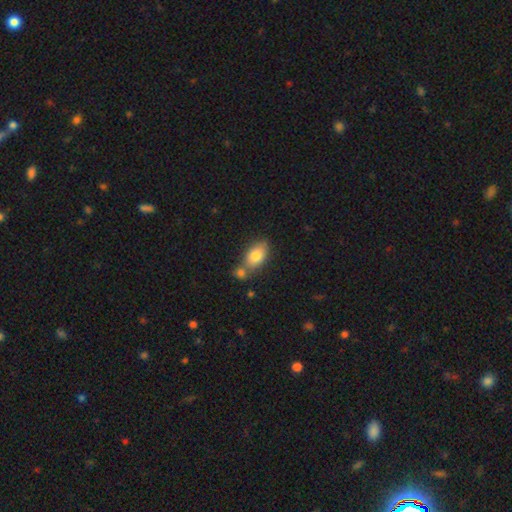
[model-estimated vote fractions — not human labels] Overall: smooth (80%). How rounded: in between (88%). Merging: none (52%; merger 31%).